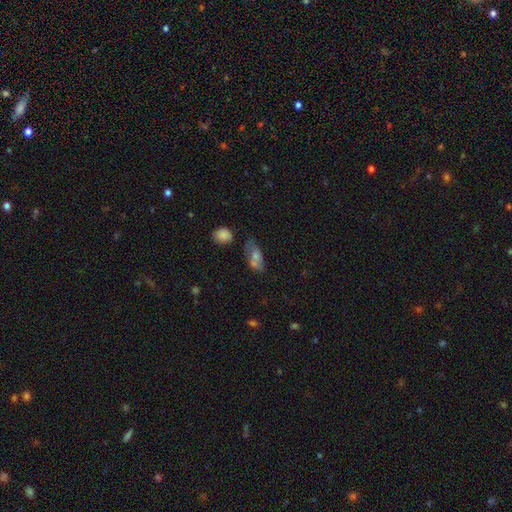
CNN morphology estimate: This is possibly a smooth galaxy (56%). How rounded: likely in between (75%). Merging: marginally none (44%).